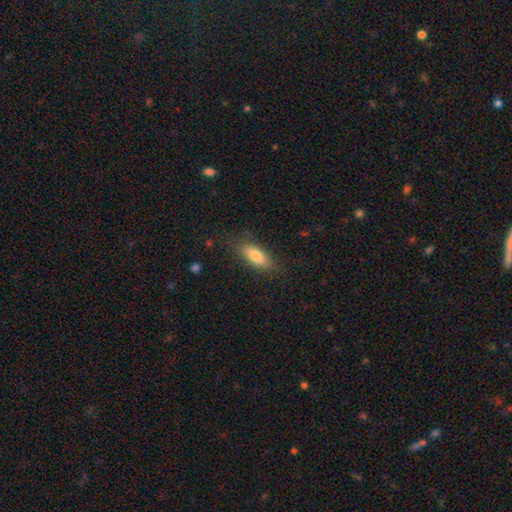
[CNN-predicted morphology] smooth-or-featured: smooth: 80% | featured or disk: 13% | star or artifact: 7%
  how-rounded: in between: 74% | cigar-shaped: 23% | round: 3%
  merging: none: 80% | minor disturbance: 14% | major disturbance: 4% | merger: 1%